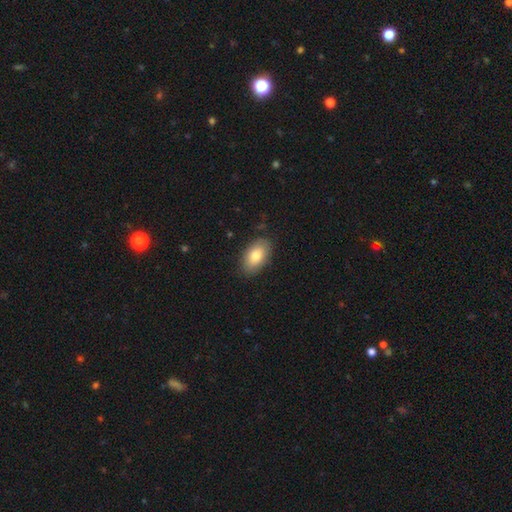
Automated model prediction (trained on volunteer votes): smooth 79%, featured or disk 14%, star or artifact 6%. Down the decision tree: how rounded — in between (93%); merging — none (85%).